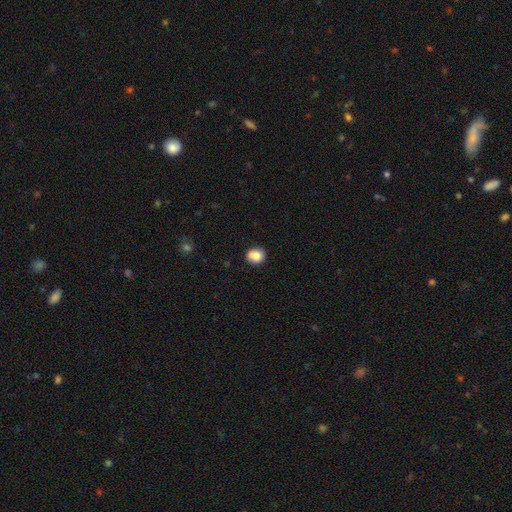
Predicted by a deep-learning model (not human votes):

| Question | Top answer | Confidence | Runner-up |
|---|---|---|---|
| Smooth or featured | smooth | 81% | featured or disk (10%) |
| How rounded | round | 78% | in between (21%) |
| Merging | none | 71% | minor disturbance (17%) |